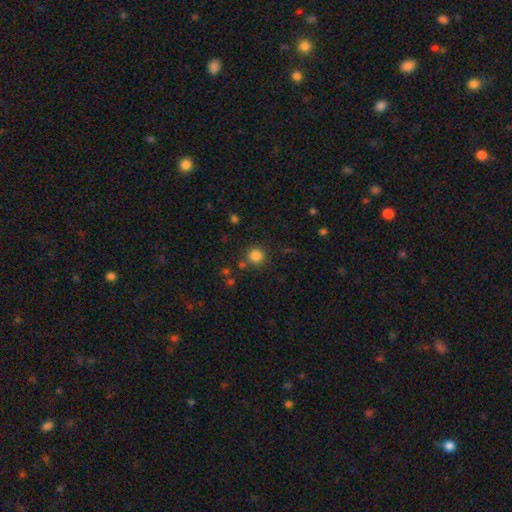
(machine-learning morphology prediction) Smooth or featured: smooth — 83% (star or artifact — 13%)
How rounded: round — 93% (in between — 6%)
Merging: none — 84% (minor disturbance — 8%)